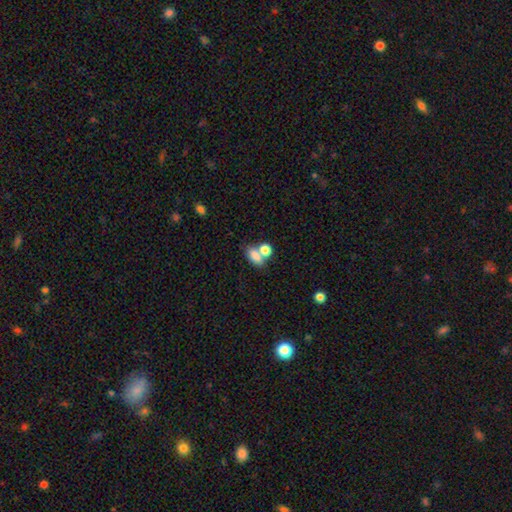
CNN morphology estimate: Overall: smooth (78%). How rounded: in between (80%). Merging: merger (48%; none 37%).